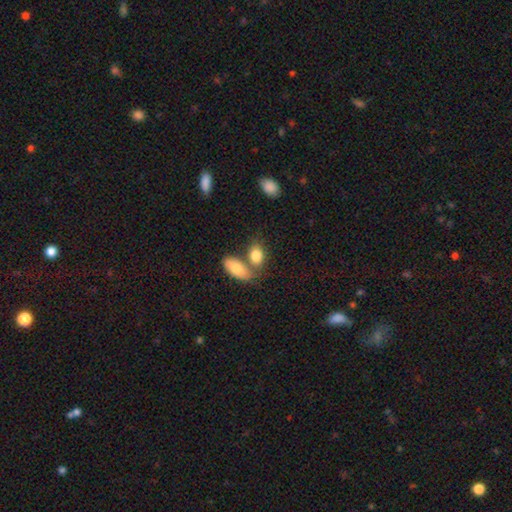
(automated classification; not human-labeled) smooth 82%, featured or disk 11%, star or artifact 7%. Down the decision tree: how rounded — in between (80%); merging — none (43%).